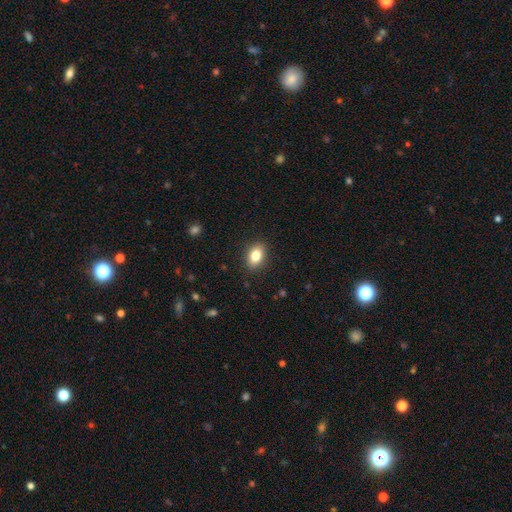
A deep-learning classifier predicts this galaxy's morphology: This is clearly a smooth galaxy (83%). How rounded: clearly in between (83%). Merging: clearly none (88%).